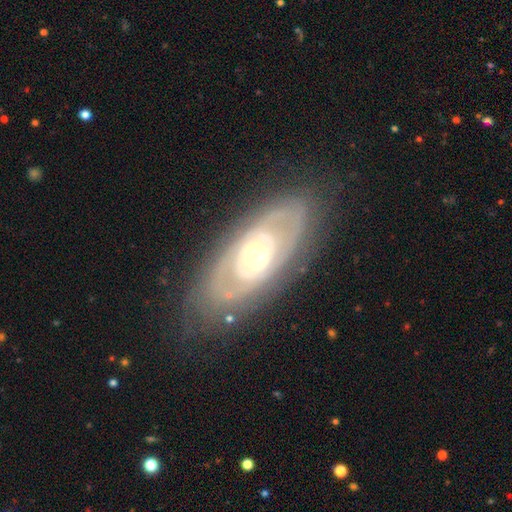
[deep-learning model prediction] This appears to be a featured or disk galaxy (78%) with no bar (79%), spiral arms (53%) and a moderate central bulge (69%). Merging: none (77%).